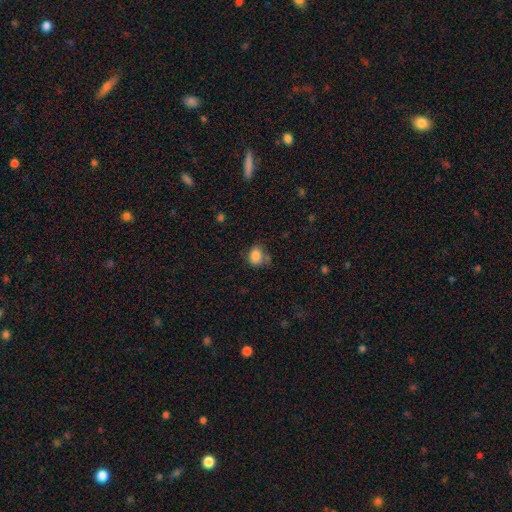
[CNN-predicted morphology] This is clearly a smooth galaxy (83%). How rounded: possibly round (53%). Merging: possibly none (59%).